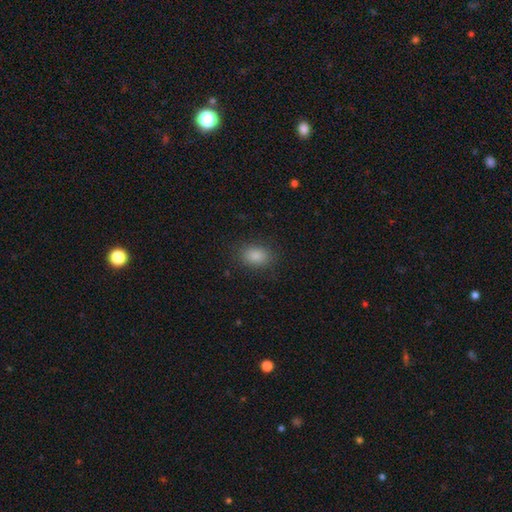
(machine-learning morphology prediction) smooth_or_featured: smooth (p=0.87) [alt: star or artifact p=0.09]
how_rounded: in between (p=0.78) [alt: round p=0.20]
merging: none (p=0.84) [alt: minor disturbance p=0.11]